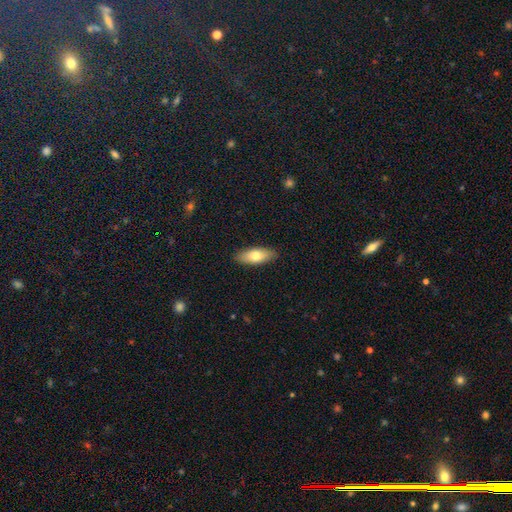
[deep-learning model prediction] Smooth or featured?
  - smooth: 72% *
  - featured or disk: 22%
  - star or artifact: 6%
How rounded?
  - in between: 75% *
  - cigar-shaped: 23%
  - round: 3%
Merging?
  - none: 88% *
  - minor disturbance: 9%
  - major disturbance: 2%
  - merger: 1%